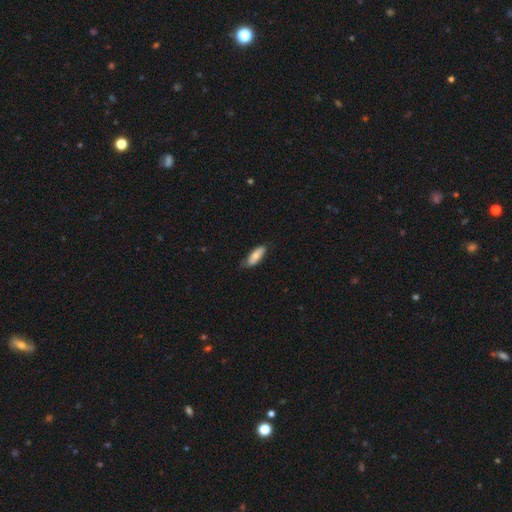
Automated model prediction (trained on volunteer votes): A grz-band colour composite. It shows a smooth galaxy with no disk features (74%) that is in between round and cigar-shaped (73%). Merging: none (72%).